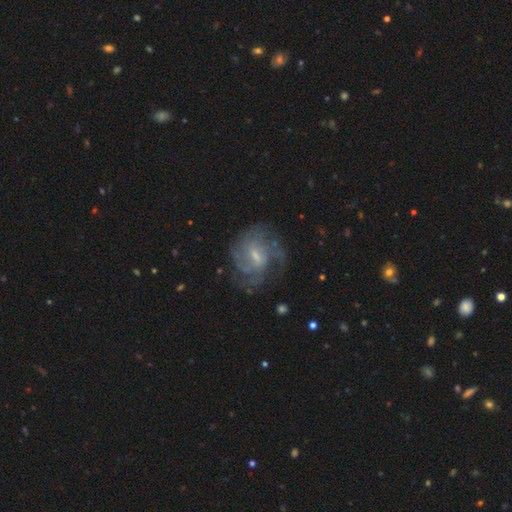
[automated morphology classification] A featured or disk galaxy (81%) with a weak bar (62%), medium (42%) spiral arms (91%) and a small central bulge (50%).

Vote fractions:
- Smooth or featured? featured or disk: 81% / smooth: 12% / star or artifact: 8%
- Edge-on disk? no: 97% / yes: 3%
- Bar? weak: 62% / no: 23% / strong: 15%
- Spiral arms? yes: 91% / no: 9%
- Spiral winding? medium: 42% / tight: 41% / loose: 17%
- Spiral arm count? can't tell: 37% / 3: 22% / 4: 16% / 2: 14% / more than 4: 6% / 1: 5%
- Bulge size? small: 50% / moderate: 35% / none: 12% / large: 3% / dominant: 1%
- Merging? none: 65% / minor disturbance: 19% / major disturbance: 15% / merger: 2%